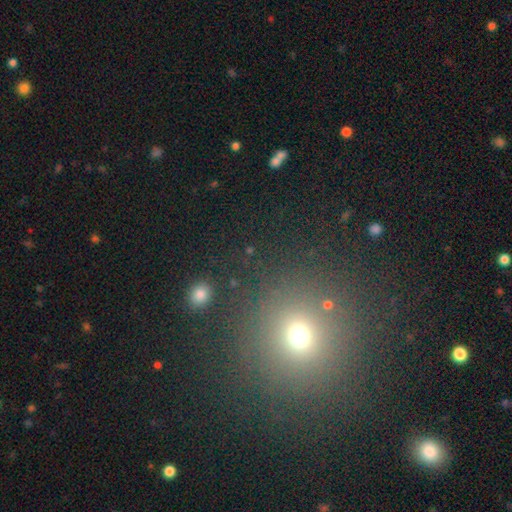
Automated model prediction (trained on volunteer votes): Morphology: type=smooth (52%); roundness=round (92%); merging=none (88%).